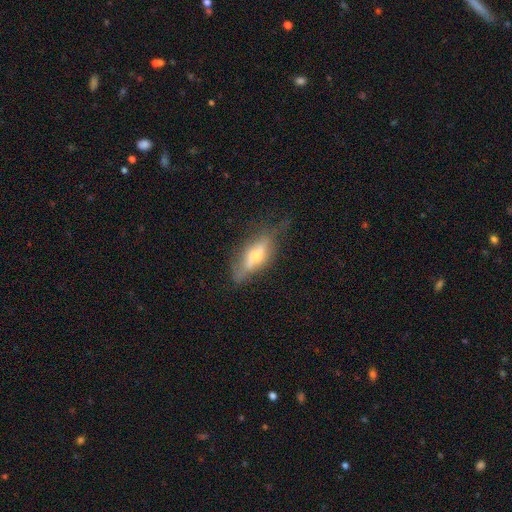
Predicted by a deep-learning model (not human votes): The model was most divided on "smooth or featured": featured or disk: 55%, smooth: 37%, star or artifact: 8%. More confident: edge-on disk — yes (70%); merging — none (60%).